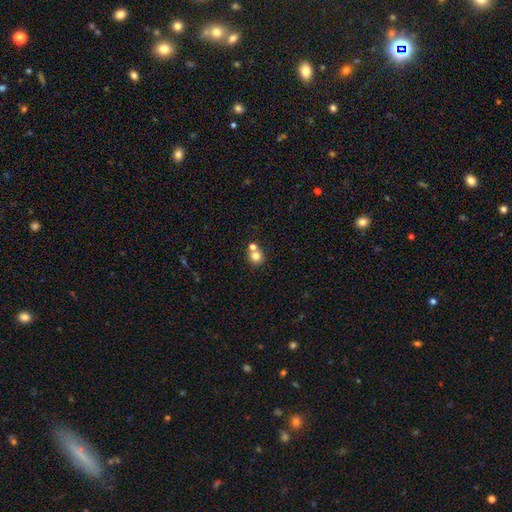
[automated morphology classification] This is likely a smooth galaxy (77%). How rounded: clearly round (89%). Merging: possibly none (54%).